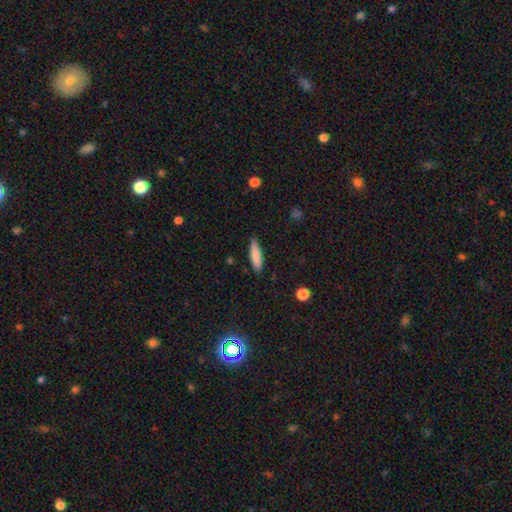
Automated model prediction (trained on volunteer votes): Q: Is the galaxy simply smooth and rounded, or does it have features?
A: smooth — 83%.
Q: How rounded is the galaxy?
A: cigar-shaped — 71%.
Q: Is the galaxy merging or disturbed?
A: none — 87%.